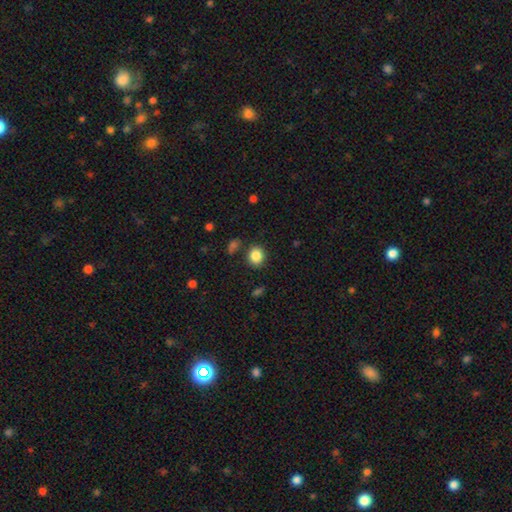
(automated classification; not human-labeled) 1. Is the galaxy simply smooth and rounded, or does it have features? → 86% smooth, 10% star or artifact, 5% featured or disk.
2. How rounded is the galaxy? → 76% round, 23% in between, 1% cigar-shaped.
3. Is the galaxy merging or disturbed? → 82% none, 10% minor disturbance, 5% merger, 3% major disturbance.